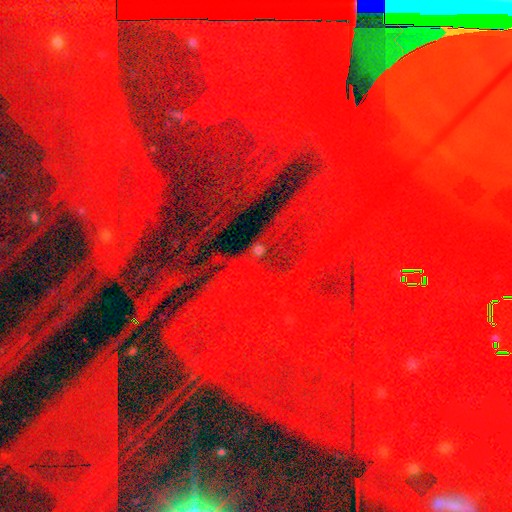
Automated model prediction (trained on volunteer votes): The model was most divided on "smooth or featured": star or artifact: 89%, featured or disk: 6%, smooth: 5%.